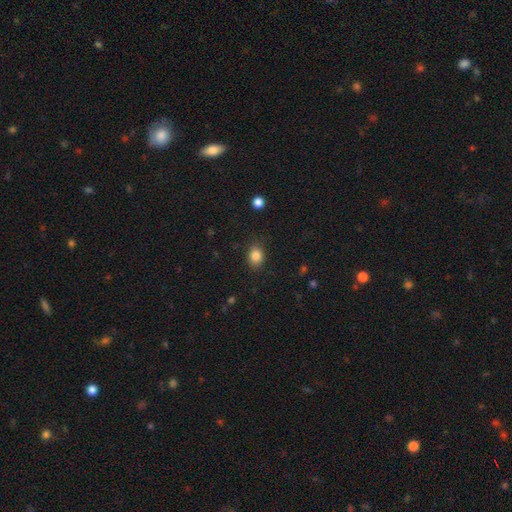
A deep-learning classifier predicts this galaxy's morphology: smooth_or_featured: smooth (p=0.85) [alt: star or artifact p=0.10]
how_rounded: in between (p=0.56) [alt: round p=0.43]
merging: none (p=0.84) [alt: minor disturbance p=0.11]